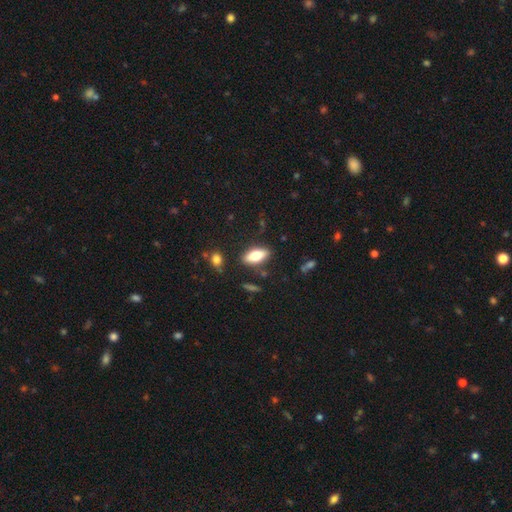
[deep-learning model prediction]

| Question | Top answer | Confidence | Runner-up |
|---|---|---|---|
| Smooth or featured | smooth | 72% | featured or disk (21%) |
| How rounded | in between | 83% | cigar-shaped (14%) |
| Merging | none | 82% | minor disturbance (11%) |